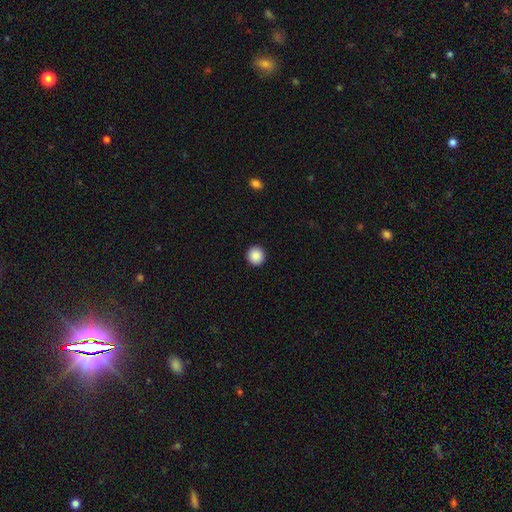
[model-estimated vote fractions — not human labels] Smooth or featured? Predicted: smooth (p=0.89). How rounded? Predicted: round (p=0.94). Merging? Predicted: none (p=0.93).